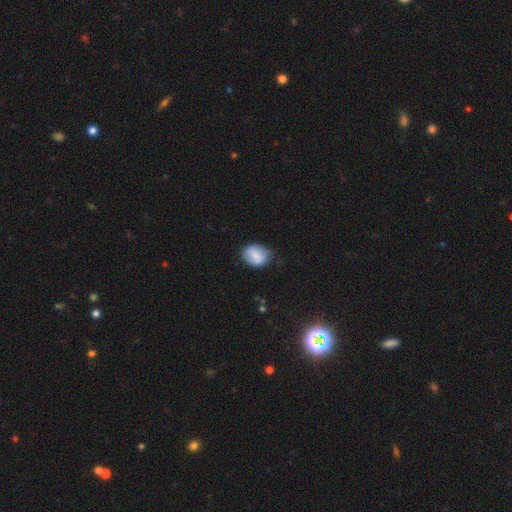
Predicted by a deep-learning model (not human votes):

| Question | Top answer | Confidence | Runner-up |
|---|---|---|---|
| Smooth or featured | smooth | 73% | featured or disk (19%) |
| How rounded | in between | 58% | round (41%) |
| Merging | none | 65% | minor disturbance (27%) |